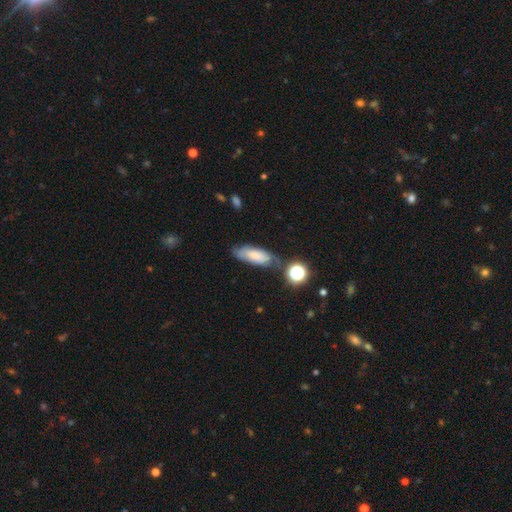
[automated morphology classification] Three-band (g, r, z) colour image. It shows a smooth galaxy with no disk features (67%) that is in between round and cigar-shaped (70%). Merging: none (62%).